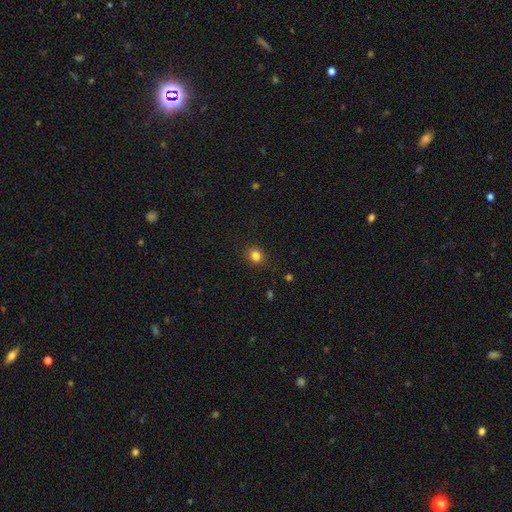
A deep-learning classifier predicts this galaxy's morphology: Smooth or featured?
  - smooth: 83% *
  - star or artifact: 12%
  - featured or disk: 5%
How rounded?
  - round: 77% *
  - in between: 23%
  - cigar-shaped: 1%
Merging?
  - none: 87% *
  - minor disturbance: 9%
  - major disturbance: 3%
  - merger: 1%